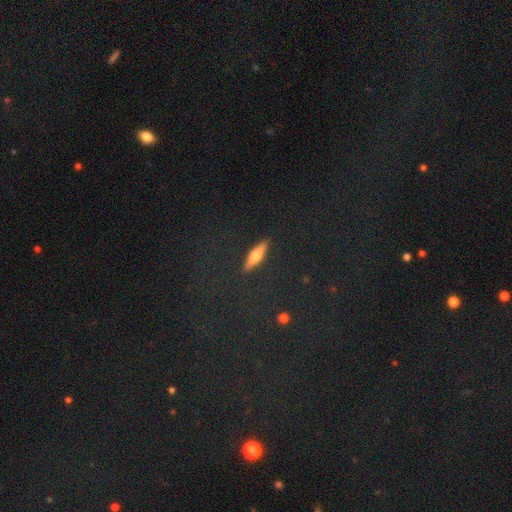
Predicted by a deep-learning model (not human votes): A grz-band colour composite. It shows a featured or disk galaxy (47%). Merging: none (91%).